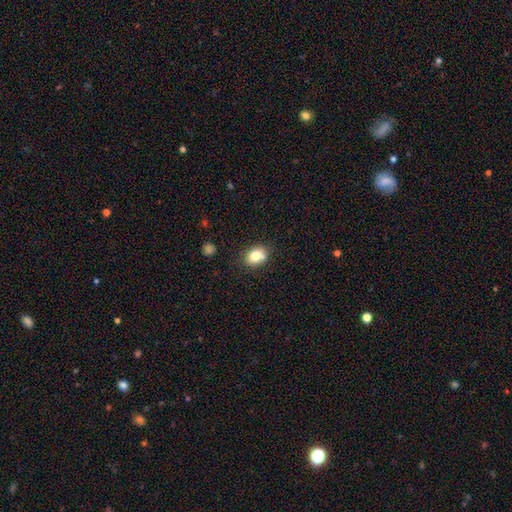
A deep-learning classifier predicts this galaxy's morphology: Smooth or featured: smooth — 77% (featured or disk — 13%)
How rounded: in between — 56% (round — 43%)
Merging: none — 67% (merger — 15%)